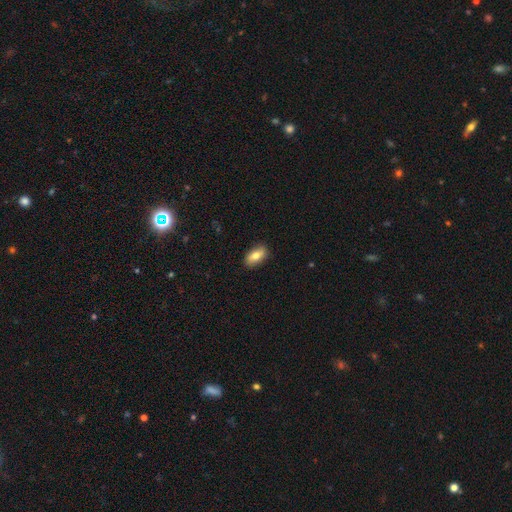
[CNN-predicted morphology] Smooth or featured? Predicted: smooth (p=0.75). How rounded? Predicted: in between (p=0.88). Merging? Predicted: none (p=0.87).